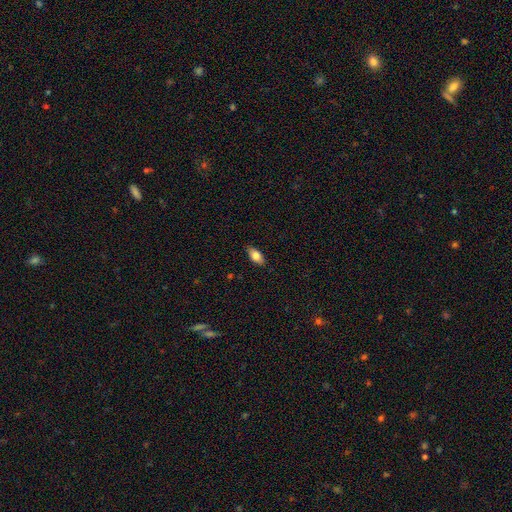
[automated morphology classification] Smooth or featured: smooth — 80% (featured or disk — 13%)
How rounded: in between — 88% (cigar-shaped — 9%)
Merging: none — 87% (minor disturbance — 10%)